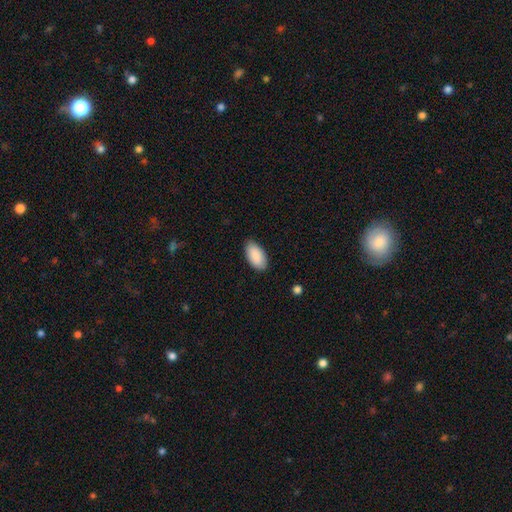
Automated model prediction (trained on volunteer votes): Overall: smooth (91%). How rounded: in between (95%). Merging: none (84%).